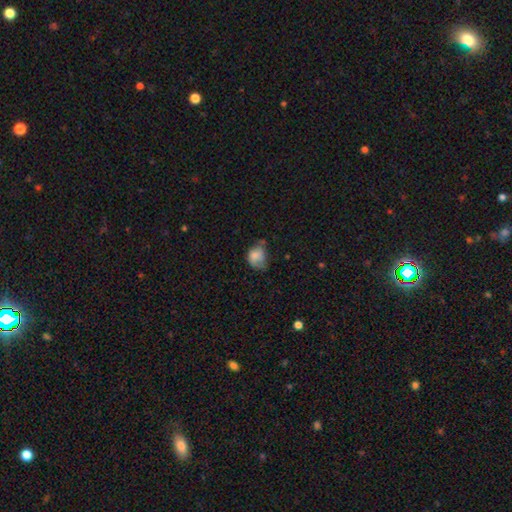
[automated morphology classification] This is likely a smooth galaxy (75%). How rounded: possibly in between (55%). Merging: marginally minor disturbance (40%).